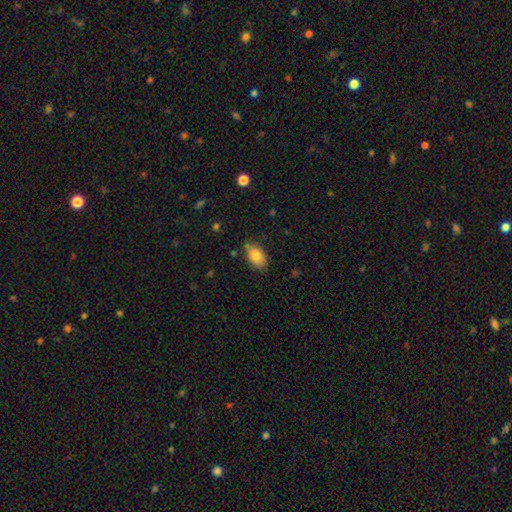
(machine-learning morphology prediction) Overall: smooth (83%). How rounded: in between (90%). Merging: none (78%).